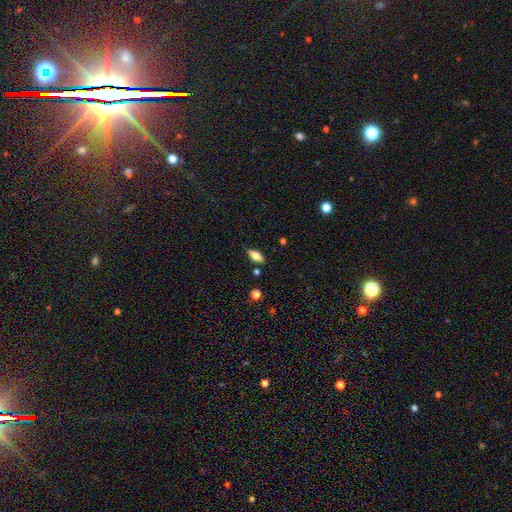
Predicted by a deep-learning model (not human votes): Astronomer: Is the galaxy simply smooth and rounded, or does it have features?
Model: smooth — 62%.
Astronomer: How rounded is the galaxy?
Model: in between — 78%.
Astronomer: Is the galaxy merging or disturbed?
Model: none — 81%.